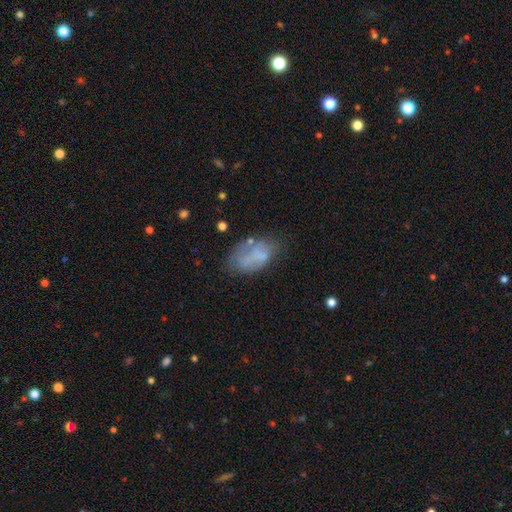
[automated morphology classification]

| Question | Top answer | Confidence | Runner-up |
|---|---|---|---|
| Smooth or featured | smooth | 59% | featured or disk (30%) |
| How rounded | in between | 92% | round (5%) |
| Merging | none | 46% | minor disturbance (28%) |